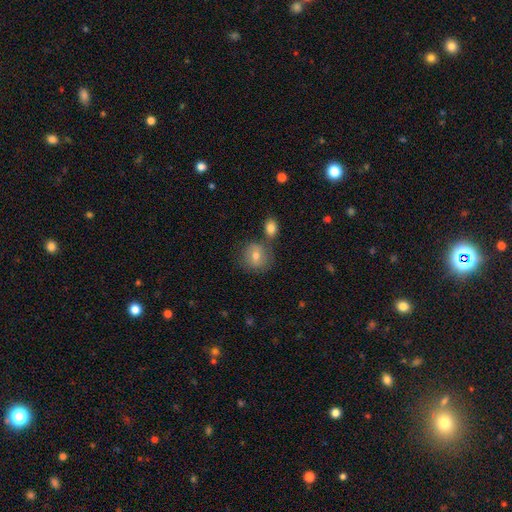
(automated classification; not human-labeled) Smooth or featured? smooth (75%)
How rounded? round (78%)
Merging? none (62%)